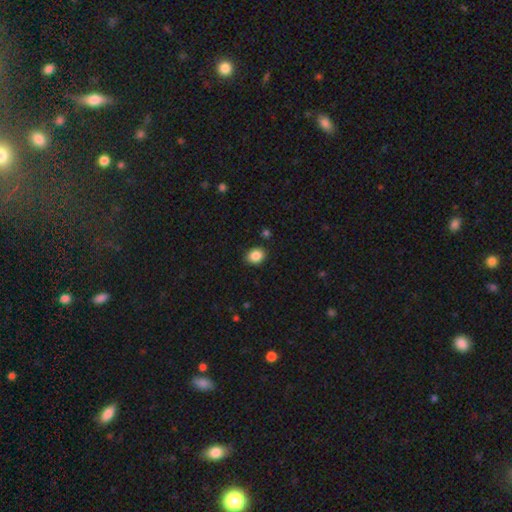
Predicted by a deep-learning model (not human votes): Overall: smooth (87%). How rounded: round (53%; in between 46%). Merging: none (87%).